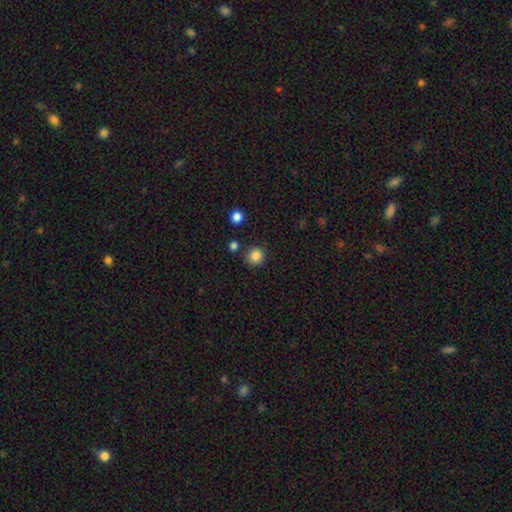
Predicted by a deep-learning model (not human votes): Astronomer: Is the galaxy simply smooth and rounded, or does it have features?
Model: smooth — 85%.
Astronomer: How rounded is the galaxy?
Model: round — 93%.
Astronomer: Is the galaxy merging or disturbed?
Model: none — 85%.